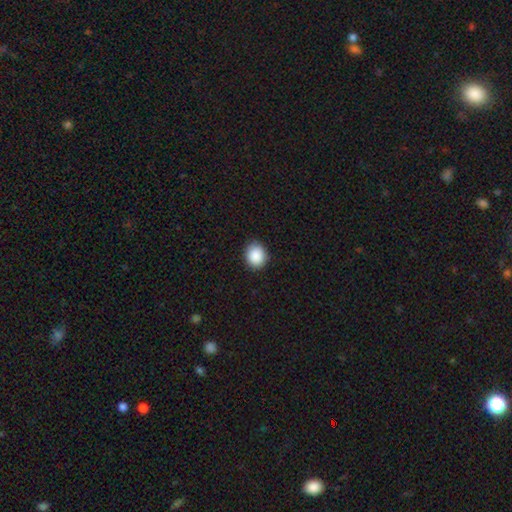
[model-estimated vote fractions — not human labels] A smooth galaxy with no disk features (89%) that is round (66%). Merging: none (88%).